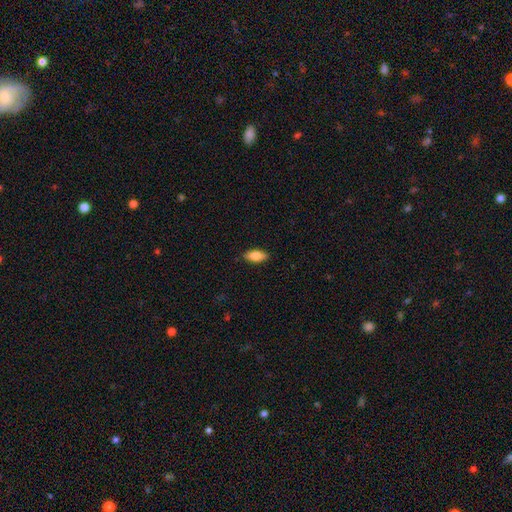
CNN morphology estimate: smooth_or_featured: smooth (p=0.80) [alt: featured or disk p=0.13]
how_rounded: in between (p=0.82) [alt: cigar-shaped p=0.15]
merging: none (p=0.88) [alt: minor disturbance p=0.09]